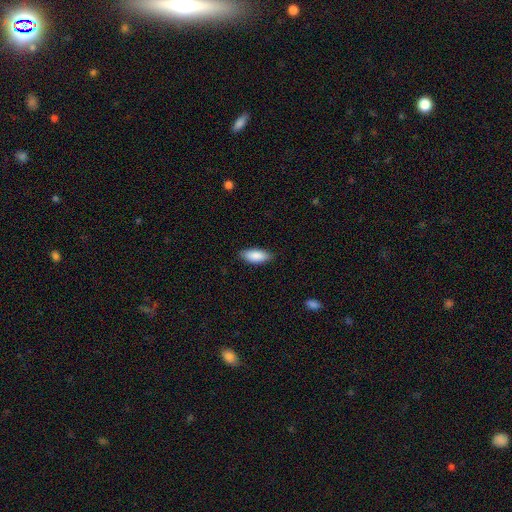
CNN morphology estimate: Smooth or featured? Predicted: smooth (p=0.87). How rounded? Predicted: in between (p=0.82). Merging? Predicted: none (p=0.85).